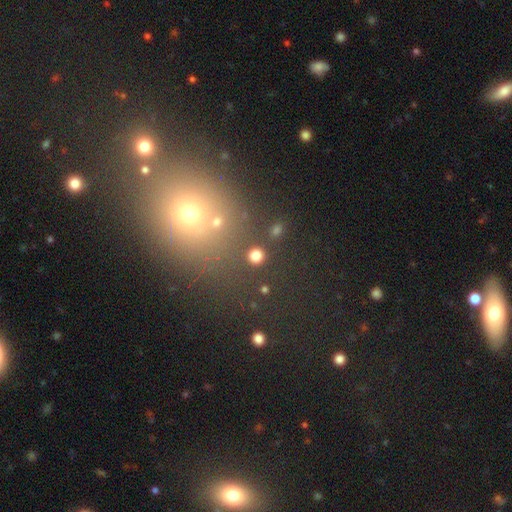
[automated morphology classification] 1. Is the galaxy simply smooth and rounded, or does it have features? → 81% smooth, 15% star or artifact, 4% featured or disk.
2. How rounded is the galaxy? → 88% round, 11% in between, 1% cigar-shaped.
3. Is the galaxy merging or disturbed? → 89% none, 6% minor disturbance, 3% merger, 3% major disturbance.